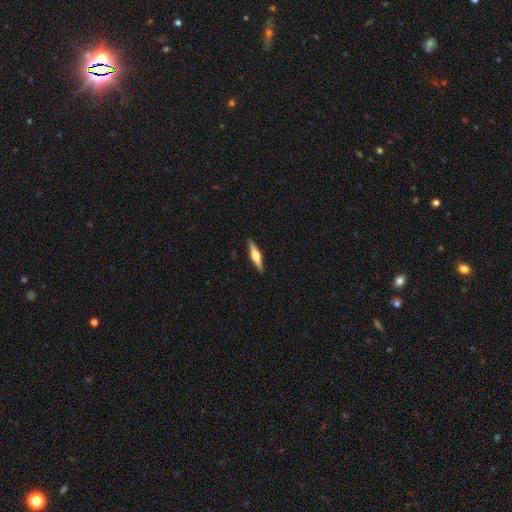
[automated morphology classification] This appears to be a featured or disk galaxy (57%) viewed edge-on (96%) with a rounded central bulge (91%). Merging: none (91%).